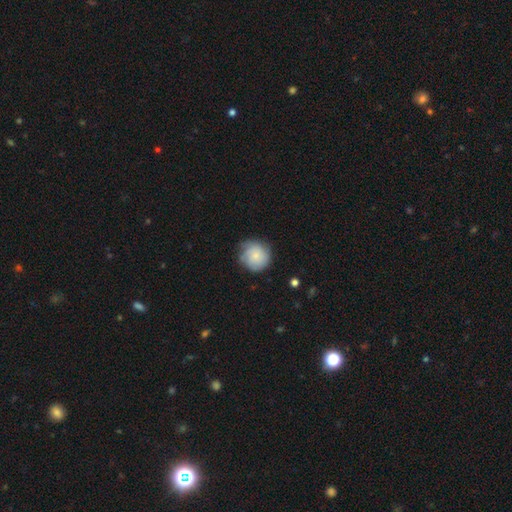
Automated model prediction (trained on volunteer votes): Q: Smooth or featured?
A: smooth (73%); runner-up: featured or disk (20%)
Q: How rounded?
A: round (91%); runner-up: in between (8%)
Q: Merging?
A: none (69%); runner-up: minor disturbance (23%)